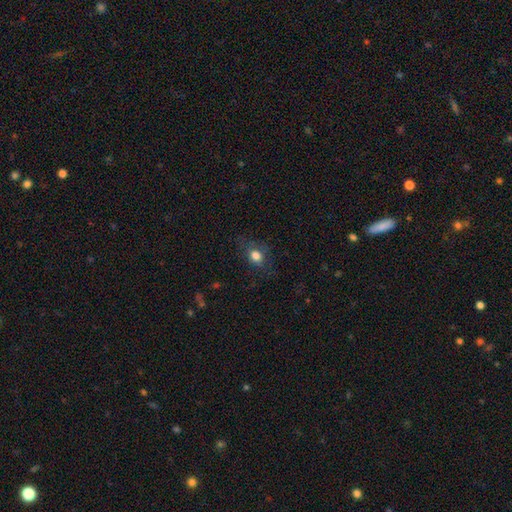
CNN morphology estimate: This appears to be a smooth galaxy with no disk features (77%) that is in between round and cigar-shaped (51%). Merging: none (69%).